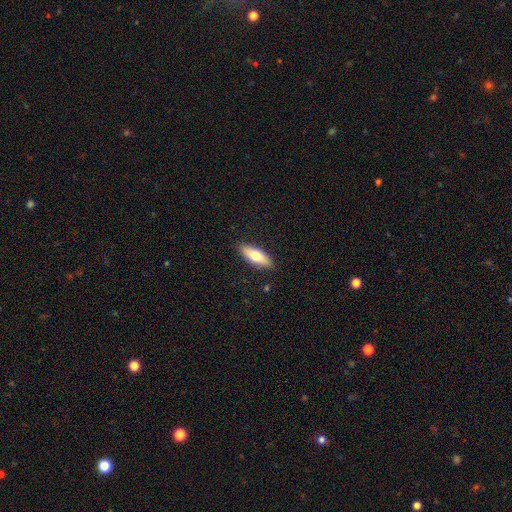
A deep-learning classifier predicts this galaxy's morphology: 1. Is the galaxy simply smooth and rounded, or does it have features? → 69% smooth, 25% featured or disk, 6% star or artifact.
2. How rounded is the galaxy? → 65% in between, 33% cigar-shaped, 2% round.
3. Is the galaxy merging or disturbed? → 88% none, 9% minor disturbance, 2% major disturbance, 1% merger.